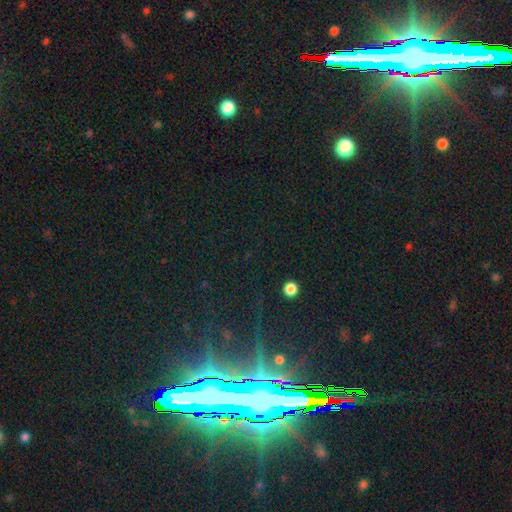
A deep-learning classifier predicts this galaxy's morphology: The model was most divided on "smooth or featured": star or artifact: 74%, featured or disk: 14%, smooth: 11%.